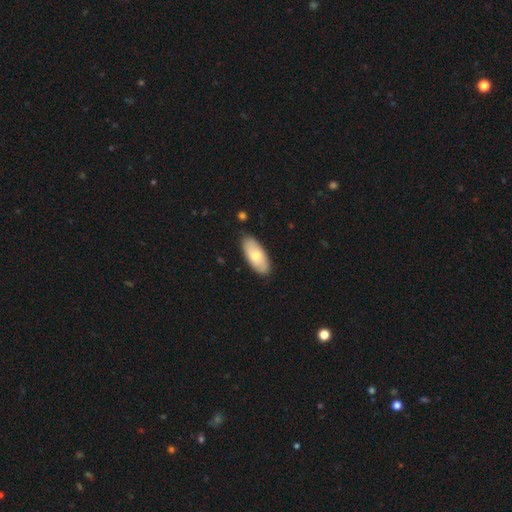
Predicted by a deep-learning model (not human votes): Overall: smooth (70%). How rounded: in between (88%). Merging: none (85%).